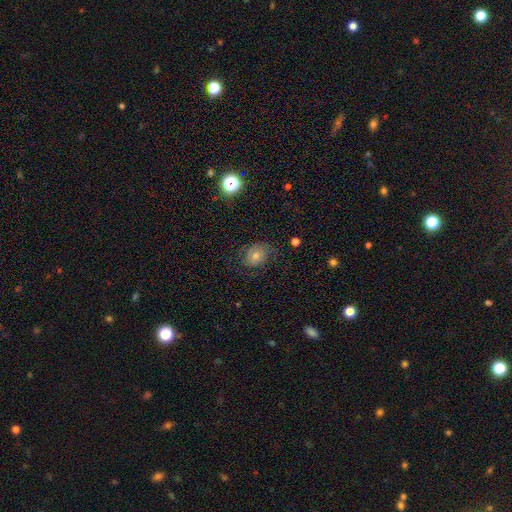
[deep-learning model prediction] A featured or disk galaxy (54%) with no bar (78%), spiral arms (84%) and a moderate central bulge (51%).

Vote fractions:
- Smooth or featured? featured or disk: 54% / smooth: 29% / star or artifact: 17%
- Edge-on disk? no: 97% / yes: 3%
- Bar? no: 78% / weak: 18% / strong: 4%
- Spiral arms? yes: 84% / no: 16%
- Bulge size? moderate: 51% / small: 42% / large: 4% / none: 2% / dominant: 2%
- Merging? none: 70% / minor disturbance: 18% / major disturbance: 11% / merger: 1%